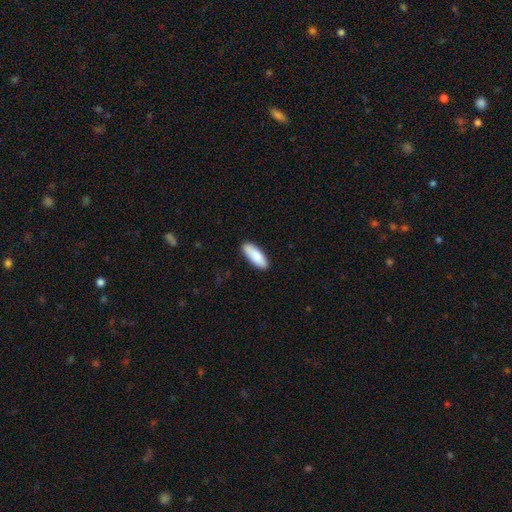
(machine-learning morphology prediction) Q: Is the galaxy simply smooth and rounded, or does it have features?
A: smooth — 88%.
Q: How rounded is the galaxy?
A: in between — 68%.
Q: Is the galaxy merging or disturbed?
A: none — 88%.